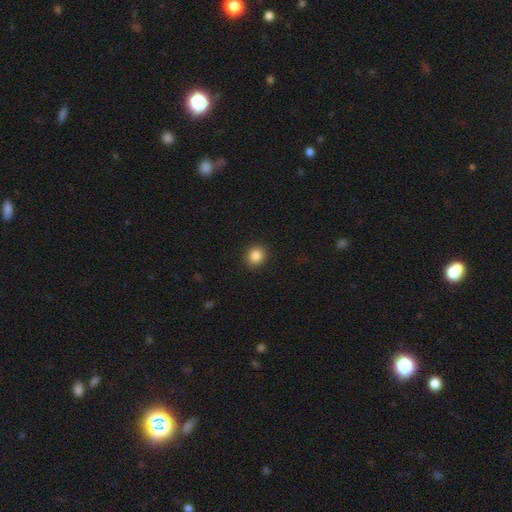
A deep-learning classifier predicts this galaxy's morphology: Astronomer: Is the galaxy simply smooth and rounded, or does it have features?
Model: smooth — 86%.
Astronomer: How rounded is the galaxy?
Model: round — 81%.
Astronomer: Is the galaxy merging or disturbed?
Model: none — 91%.